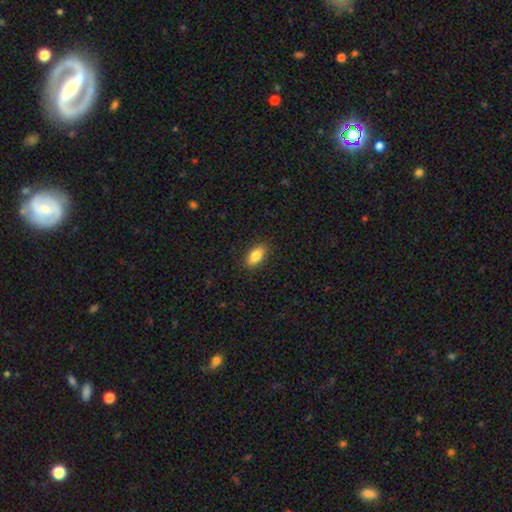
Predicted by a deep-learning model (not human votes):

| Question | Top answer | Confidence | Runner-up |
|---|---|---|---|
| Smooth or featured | smooth | 85% | featured or disk (8%) |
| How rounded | in between | 90% | cigar-shaped (6%) |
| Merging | none | 88% | minor disturbance (9%) |